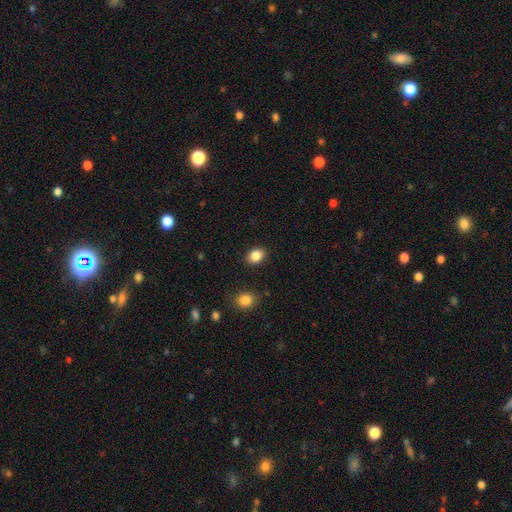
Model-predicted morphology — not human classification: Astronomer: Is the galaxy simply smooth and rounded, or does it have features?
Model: smooth — 85%.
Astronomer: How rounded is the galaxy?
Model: in between — 60% (runner-up: round, 39%).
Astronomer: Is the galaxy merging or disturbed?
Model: none — 87%.